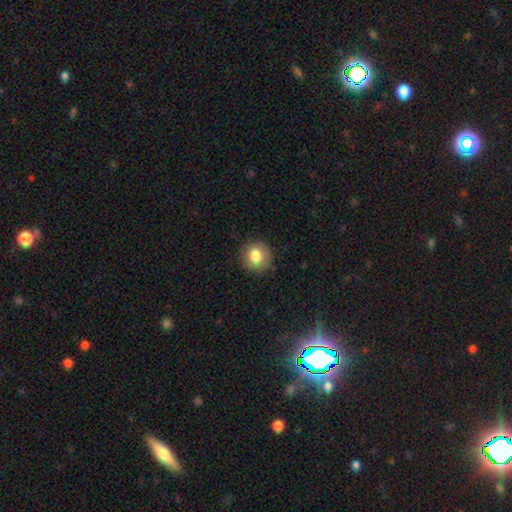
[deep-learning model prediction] This is clearly a smooth galaxy (82%). How rounded: clearly round (83%). Merging: clearly none (85%).